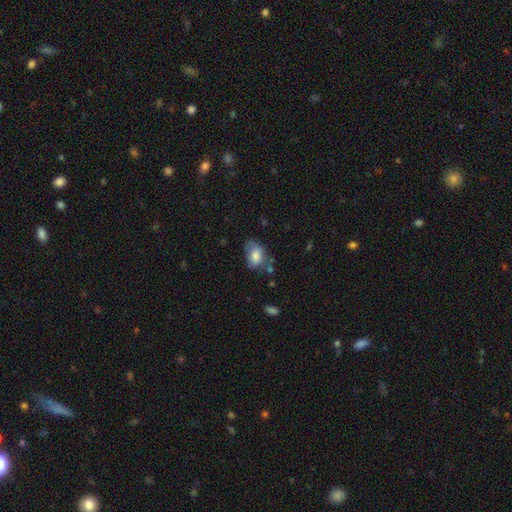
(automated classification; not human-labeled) A smooth galaxy with no disk features (74%) that is in between round and cigar-shaped (83%).

Vote fractions:
- Smooth or featured? smooth: 74% / featured or disk: 18% / star or artifact: 8%
- How rounded? in between: 83% / round: 15% / cigar-shaped: 1%
- Merging? none: 45% / minor disturbance: 34% / major disturbance: 14% / merger: 7%